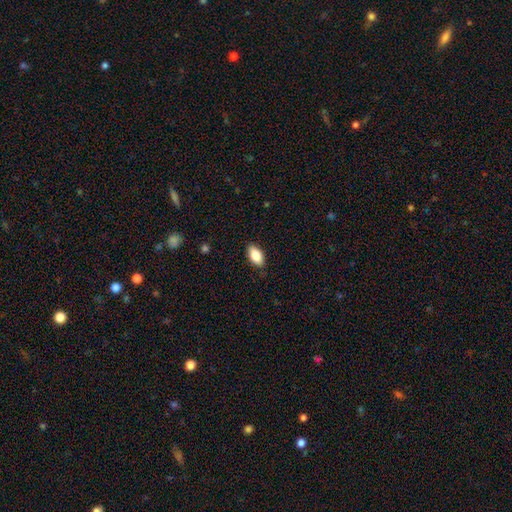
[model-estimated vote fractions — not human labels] smooth 86%, featured or disk 7%, star or artifact 7%. Down the decision tree: how rounded — in between (92%); merging — none (86%).